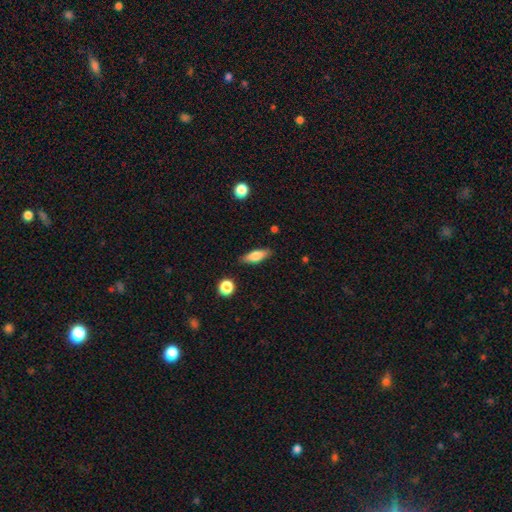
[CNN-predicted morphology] type=smooth (70%); roundness=in between (59%); merging=none (85%).